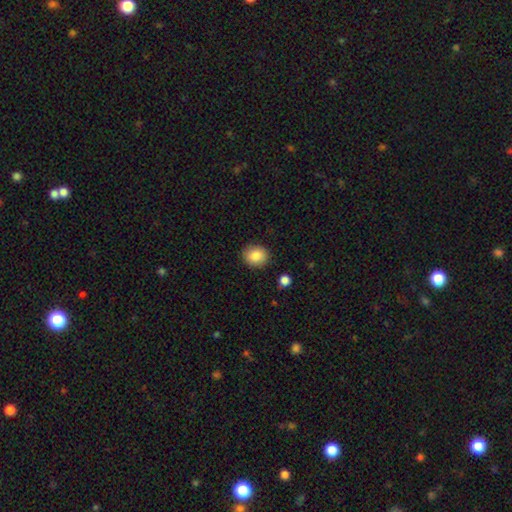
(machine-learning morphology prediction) smooth_or_featured: smooth (p=0.86) [alt: star or artifact p=0.08]
how_rounded: round (p=0.68) [alt: in between p=0.31]
merging: none (p=0.87) [alt: minor disturbance p=0.09]